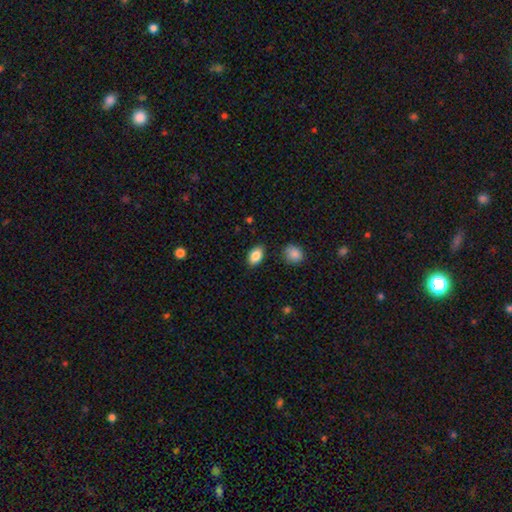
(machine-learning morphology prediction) Overall: smooth (87%). How rounded: in between (89%). Merging: none (86%).